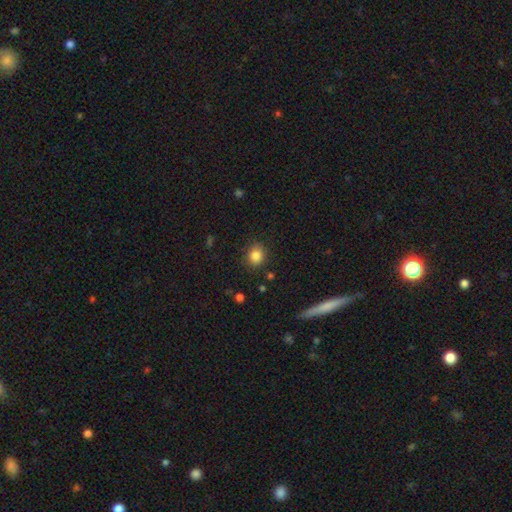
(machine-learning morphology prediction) smooth-or-featured: smooth: 84% | star or artifact: 10% | featured or disk: 5%
  how-rounded: round: 70% | in between: 29% | cigar-shaped: 1%
  merging: none: 85% | minor disturbance: 10% | major disturbance: 3% | merger: 2%